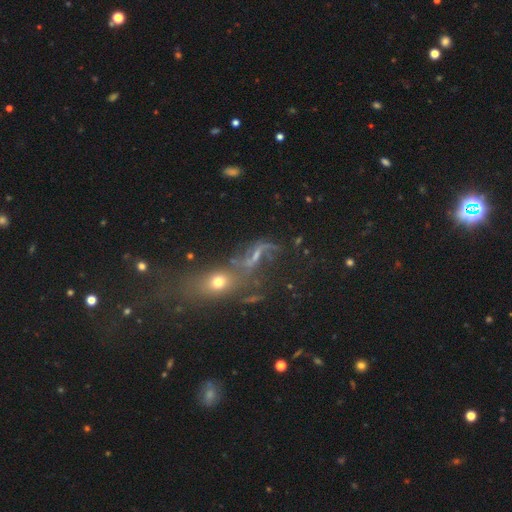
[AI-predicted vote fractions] Smooth or featured? featured or disk (44%)
Merging? merger (39%)